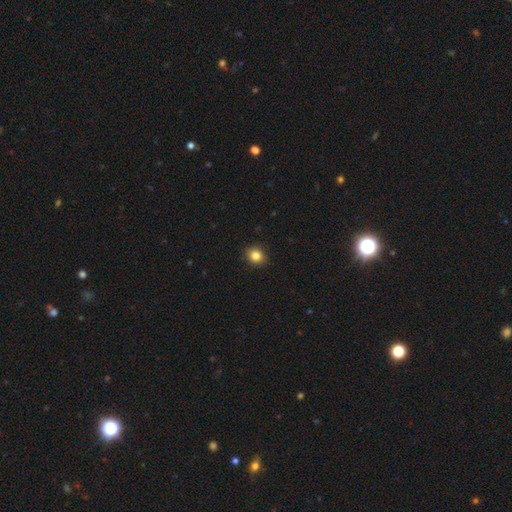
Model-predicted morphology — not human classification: smooth 84%, star or artifact 11%, featured or disk 5%. Down the decision tree: how rounded — round (74%); merging — none (91%).